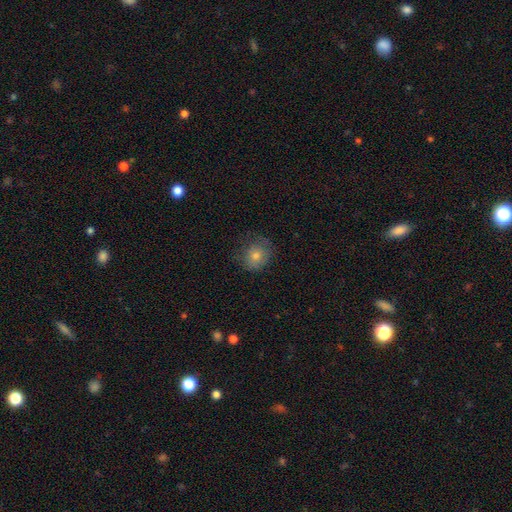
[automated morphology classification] A smooth galaxy with no disk features (69%) that is round (75%).

Vote fractions:
- Smooth or featured? smooth: 69% / featured or disk: 19% / star or artifact: 12%
- How rounded? round: 75% / in between: 24% / cigar-shaped: 1%
- Merging? none: 69% / minor disturbance: 21% / major disturbance: 8% / merger: 1%